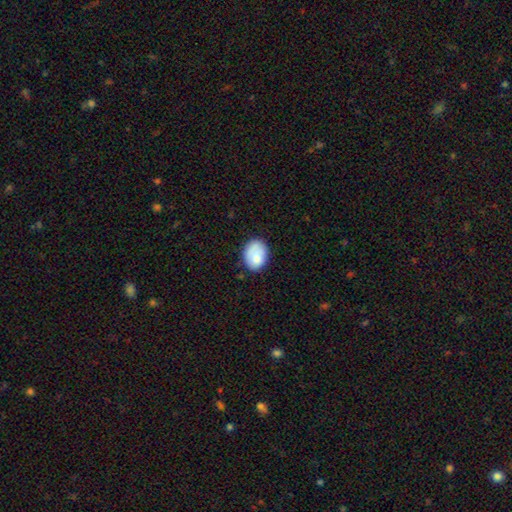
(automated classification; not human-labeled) This is clearly a smooth galaxy (80%). How rounded: likely in between (72%). Merging: likely none (69%).